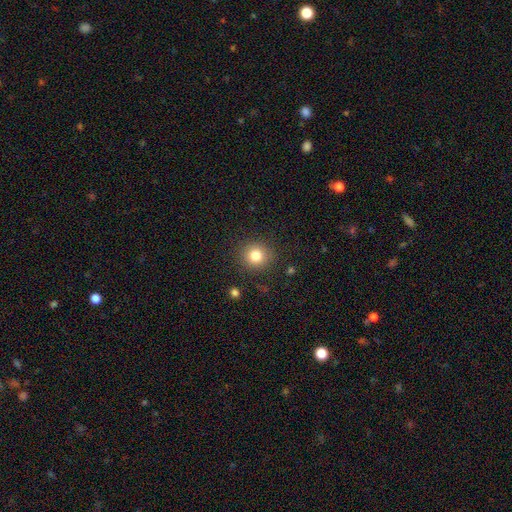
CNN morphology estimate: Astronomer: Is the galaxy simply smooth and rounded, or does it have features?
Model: smooth — 81%.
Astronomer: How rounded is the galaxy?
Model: round — 90%.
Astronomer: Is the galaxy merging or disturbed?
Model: none — 88%.